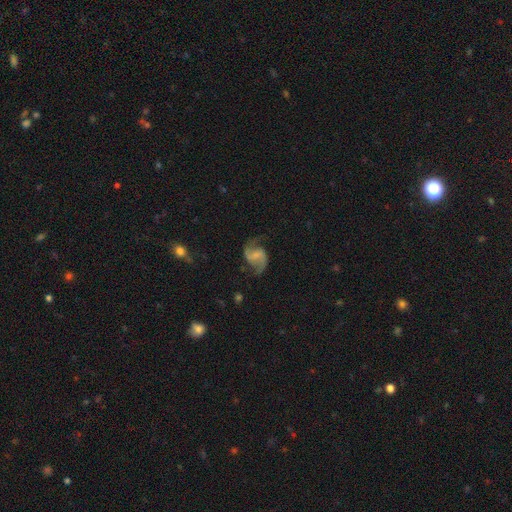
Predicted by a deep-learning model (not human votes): Smooth or featured?
  - featured or disk: 88% *
  - smooth: 7%
  - star or artifact: 6%
Edge-on disk?
  - no: 98% *
  - yes: 2%
Bar?
  - weak: 50% *
  - no: 30%
  - strong: 20%
Spiral arms?
  - yes: 97% *
  - no: 3%
Spiral winding?
  - loose: 48% *
  - medium: 44%
  - tight: 8%
Spiral arm count?
  - 2: 93% *
  - can't tell: 2%
  - 1: 2%
  - 3: 1%
  - 4: 1%
  - more than 4: 1%
Bulge size?
  - small: 40% *
  - none: 38%
  - moderate: 18%
  - large: 3%
  - dominant: 1%
Merging?
  - none: 74% *
  - minor disturbance: 15%
  - major disturbance: 9%
  - merger: 2%